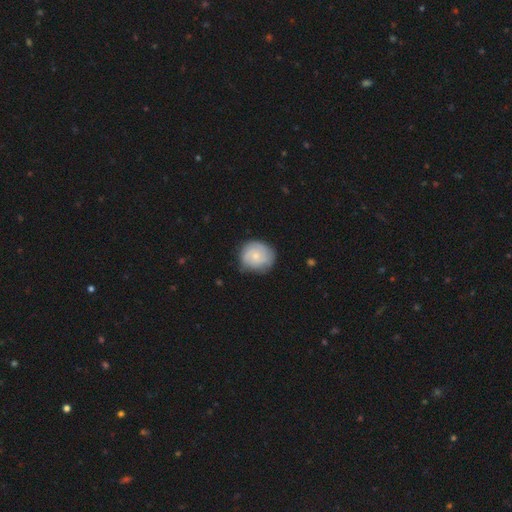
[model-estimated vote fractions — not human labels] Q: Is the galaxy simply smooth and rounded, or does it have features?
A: featured or disk — 48%.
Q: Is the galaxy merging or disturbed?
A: none — 73%.